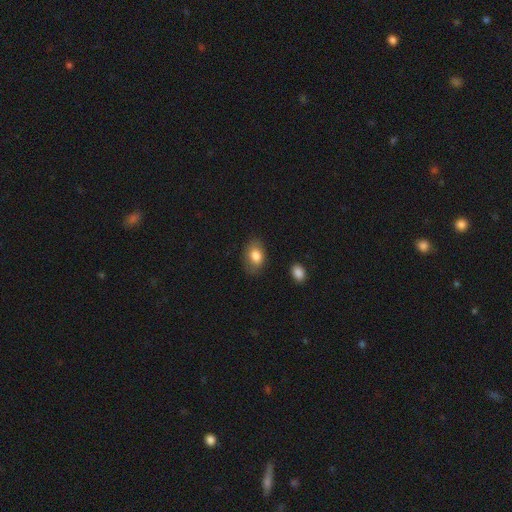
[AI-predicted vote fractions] This is clearly a smooth galaxy (82%). How rounded: clearly in between (82%). Merging: likely none (80%).